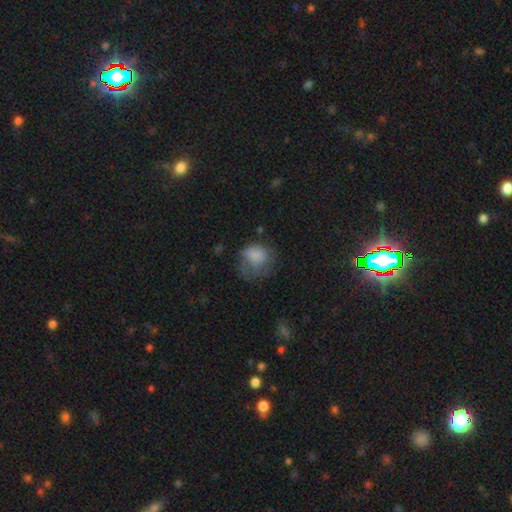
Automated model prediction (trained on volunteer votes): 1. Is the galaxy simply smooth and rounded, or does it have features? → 75% smooth, 15% featured or disk, 10% star or artifact.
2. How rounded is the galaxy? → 67% round, 32% in between, 1% cigar-shaped.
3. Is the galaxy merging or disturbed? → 36% none, 33% major disturbance, 29% minor disturbance, 2% merger.